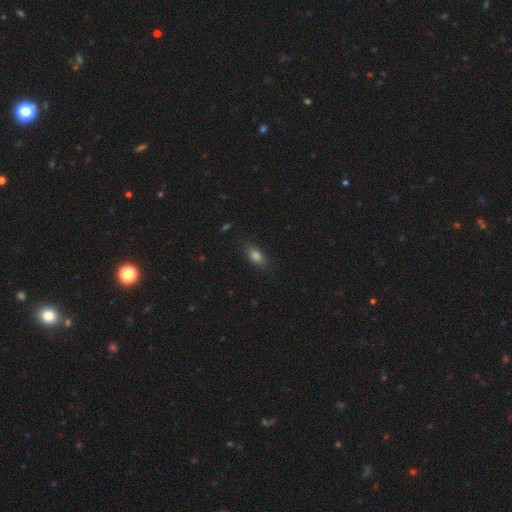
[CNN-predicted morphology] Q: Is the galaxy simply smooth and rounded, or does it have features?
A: smooth — 83%.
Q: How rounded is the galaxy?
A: in between — 85%.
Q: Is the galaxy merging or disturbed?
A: none — 82%.